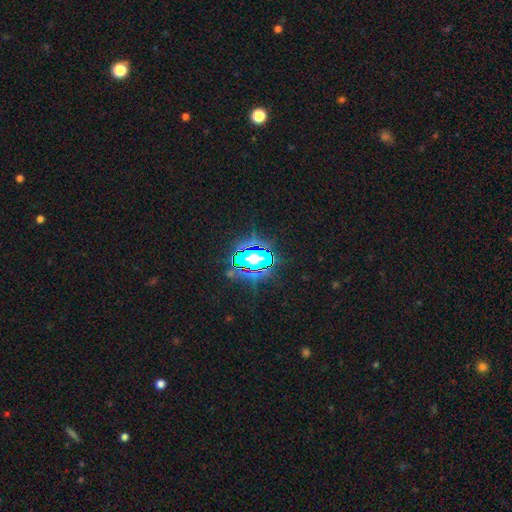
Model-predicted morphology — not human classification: This is likely a star or artifact rather than a galaxy (66%).